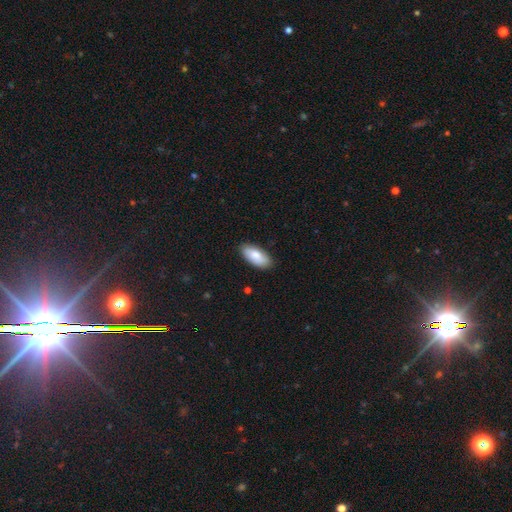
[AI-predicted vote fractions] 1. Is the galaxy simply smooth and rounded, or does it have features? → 82% smooth, 12% featured or disk, 6% star or artifact.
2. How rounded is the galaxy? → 90% in between, 8% cigar-shaped, 2% round.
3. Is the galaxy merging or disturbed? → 86% none, 11% minor disturbance, 2% major disturbance, 1% merger.